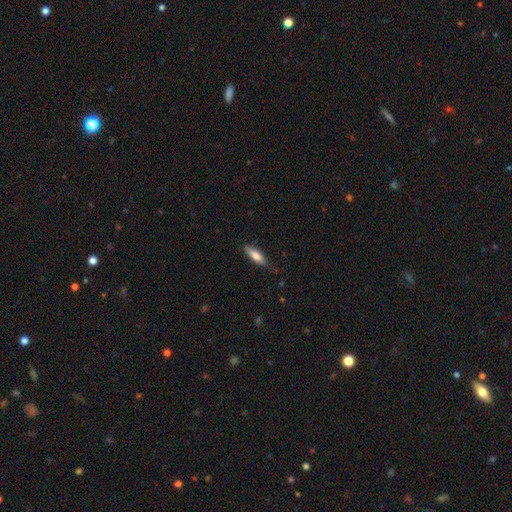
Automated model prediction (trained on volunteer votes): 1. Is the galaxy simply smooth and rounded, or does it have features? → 77% smooth, 17% featured or disk, 6% star or artifact.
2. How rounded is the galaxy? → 53% cigar-shaped, 45% in between, 2% round.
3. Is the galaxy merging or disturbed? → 77% none, 19% minor disturbance, 3% major disturbance, 1% merger.